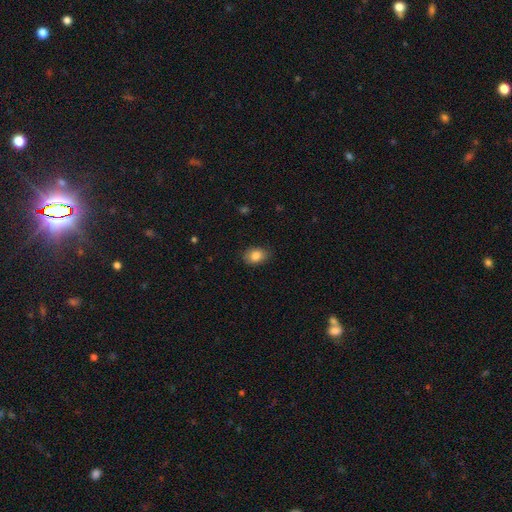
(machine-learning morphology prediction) This appears to be a smooth galaxy with no disk features (84%) that is in between round and cigar-shaped (79%). Merging: none (79%).